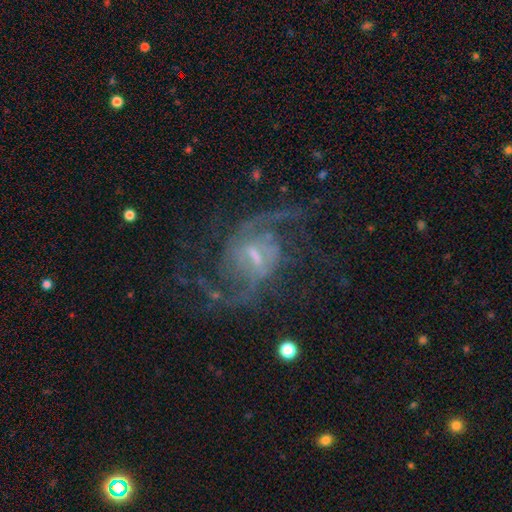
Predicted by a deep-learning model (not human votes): This is clearly a featured or disk galaxy (88%). It is clearly not viewed edge-on (98%). Bar: possibly weak (58%). Spiral arm pattern: clearly yes (95%). Spiral arm count: likely 2 (70%). Spiral winding: possibly medium (45%). Central bulge: possibly small (50%). Merging: possibly none (59%).